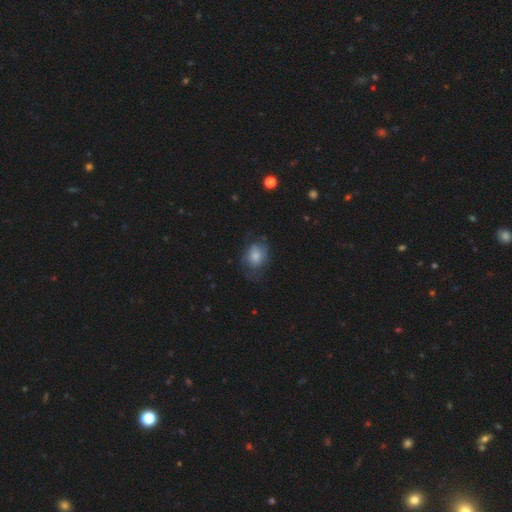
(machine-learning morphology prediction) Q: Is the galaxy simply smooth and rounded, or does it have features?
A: smooth — 67%.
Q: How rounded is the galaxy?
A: in between — 62%.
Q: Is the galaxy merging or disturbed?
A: none — 54%.